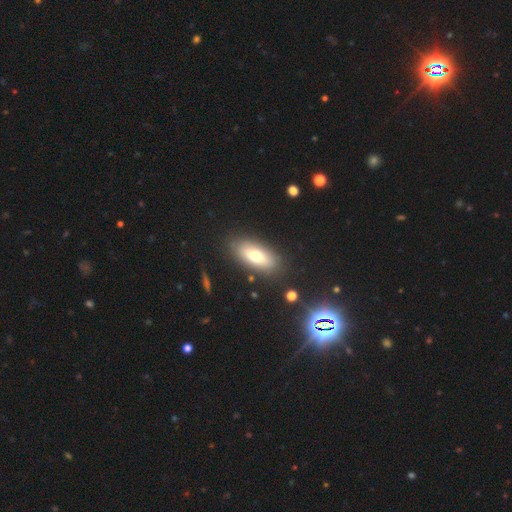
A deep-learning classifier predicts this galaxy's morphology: Smooth or featured? Predicted: smooth (p=0.66). How rounded? Predicted: in between (p=0.83). Merging? Predicted: none (p=0.84).